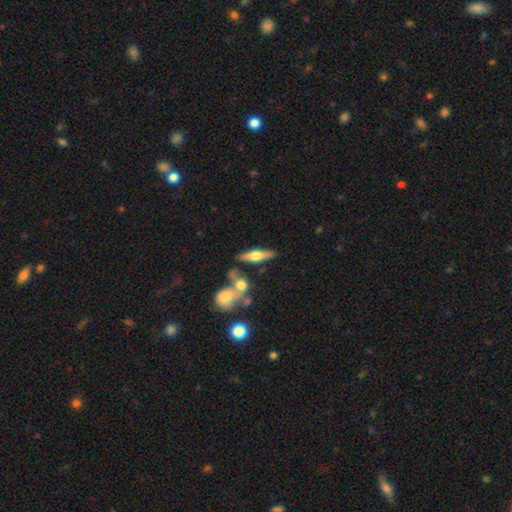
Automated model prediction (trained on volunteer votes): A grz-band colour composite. It shows a featured or disk galaxy (60%) viewed edge-on (92%) with a rounded central bulge (93%). Merging: none (70%).